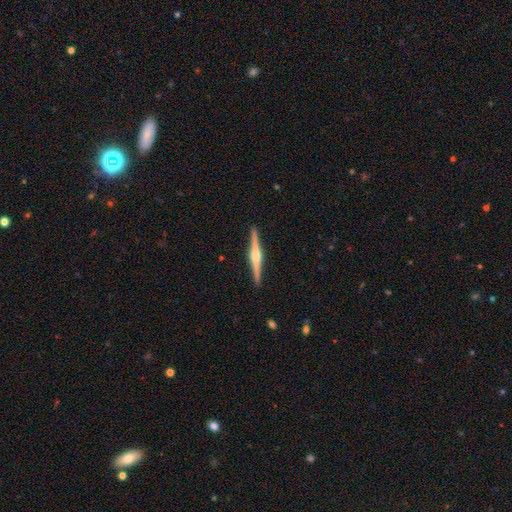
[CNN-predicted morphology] A featured or disk galaxy (83%) viewed edge-on (99%) with a rounded central bulge (90%). Merging: none (92%).